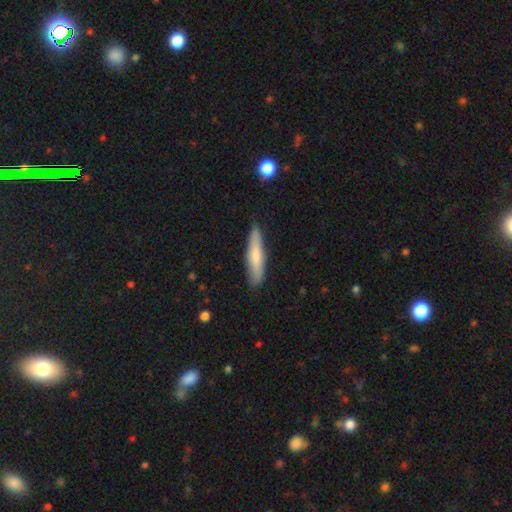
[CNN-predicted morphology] A smooth galaxy with no disk features (72%) that is cigar-shaped (84%). Merging: none (83%).